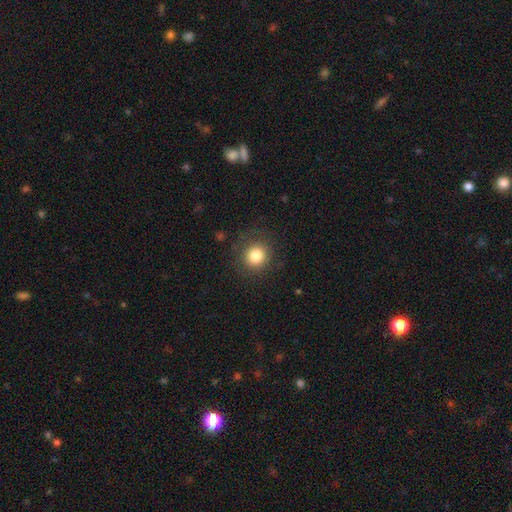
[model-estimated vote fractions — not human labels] Overall: smooth (83%). How rounded: round (89%). Merging: none (85%).